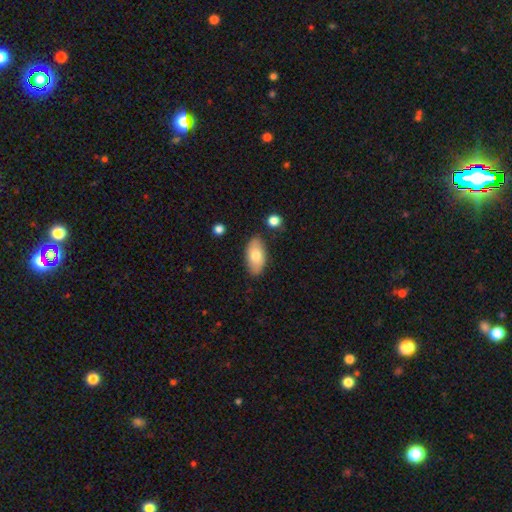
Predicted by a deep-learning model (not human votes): Smooth or featured: smooth — 71% (featured or disk — 22%)
How rounded: in between — 94% (round — 3%)
Merging: none — 80% (minor disturbance — 14%)